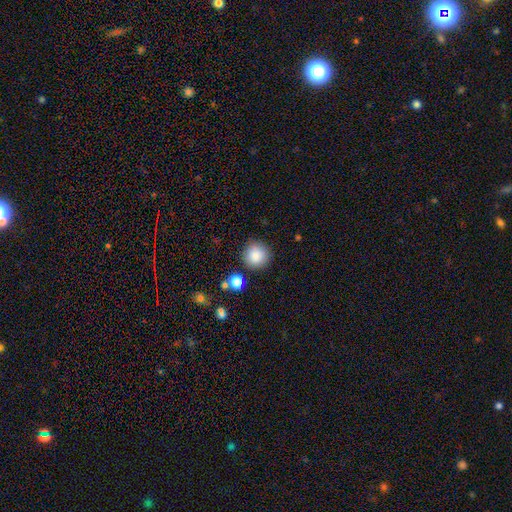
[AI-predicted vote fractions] Smooth or featured?
  - smooth: 86% *
  - star or artifact: 9%
  - featured or disk: 5%
How rounded?
  - round: 94% *
  - in between: 5%
  - cigar-shaped: 1%
Merging?
  - none: 86% *
  - minor disturbance: 8%
  - merger: 4%
  - major disturbance: 3%